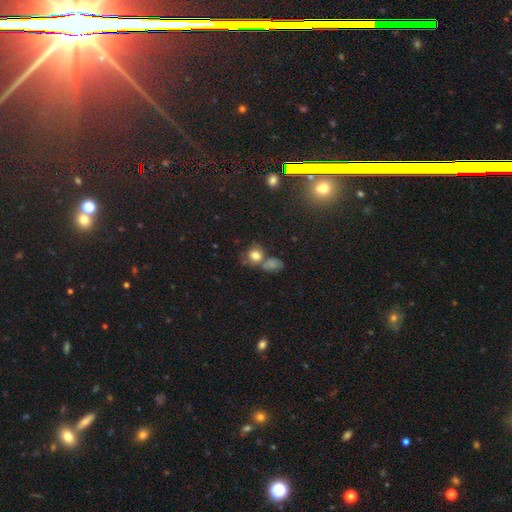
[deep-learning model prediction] Q: Smooth or featured?
A: smooth (75%); runner-up: star or artifact (14%)
Q: How rounded?
A: round (73%); runner-up: in between (26%)
Q: Merging?
A: none (48%); runner-up: merger (31%)